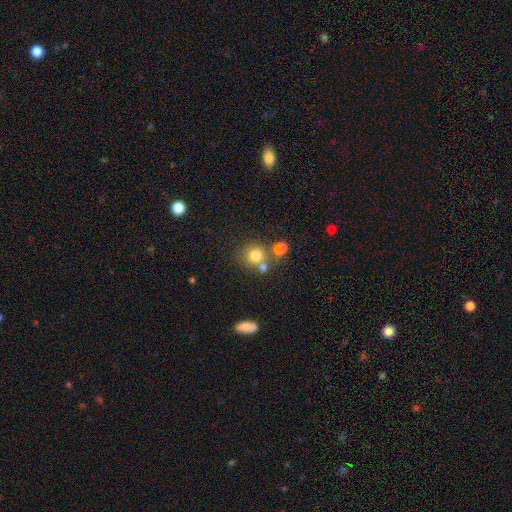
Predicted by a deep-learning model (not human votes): The model was most divided on "merging": none: 57%, merger: 27%, minor disturbance: 11%, major disturbance: 5%. More confident: how rounded — round (84%); smooth or featured — smooth (76%).